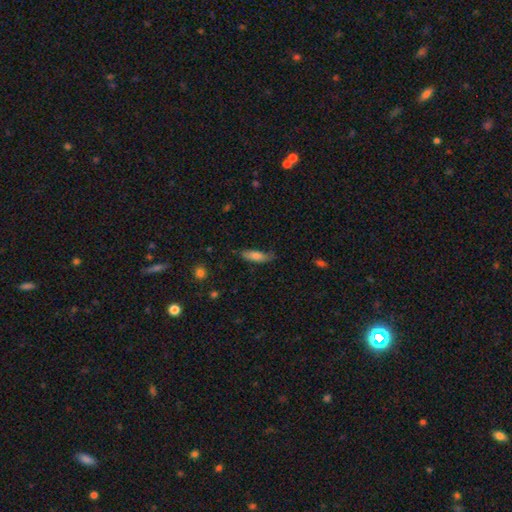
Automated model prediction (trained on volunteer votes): The model was most divided on "how rounded": in between: 51%, cigar-shaped: 47%, round: 2%. More confident: smooth or featured — smooth (77%); merging — none (65%).